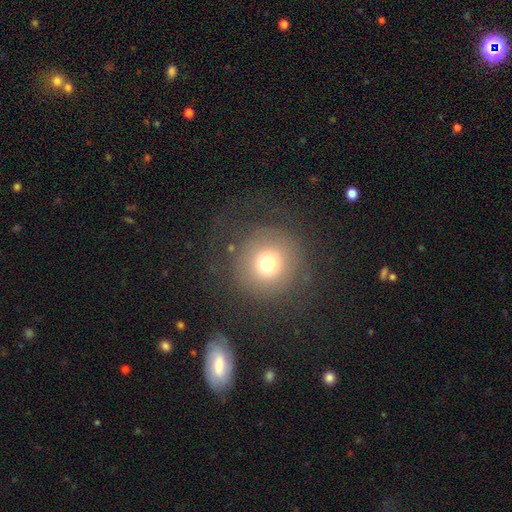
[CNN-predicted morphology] A smooth galaxy with no disk features (55%) that is round (91%). Merging: none (79%).